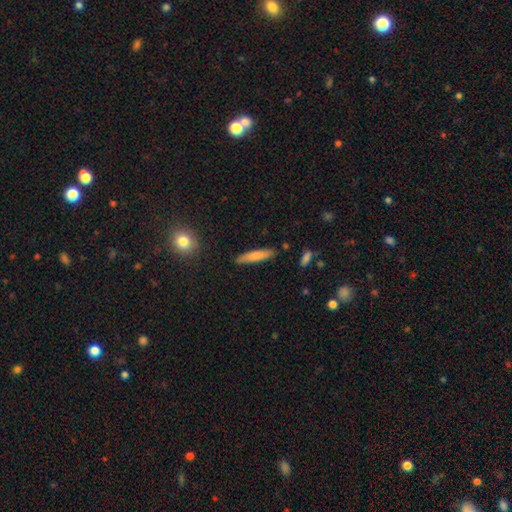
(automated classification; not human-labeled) Smooth or featured? smooth (77%)
How rounded? cigar-shaped (86%)
Merging? none (87%)